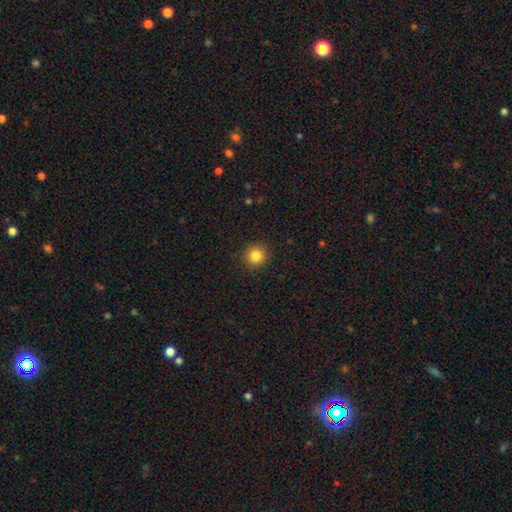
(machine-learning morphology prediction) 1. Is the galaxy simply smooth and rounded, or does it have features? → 84% smooth, 11% star or artifact, 5% featured or disk.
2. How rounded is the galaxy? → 93% round, 7% in between, 1% cigar-shaped.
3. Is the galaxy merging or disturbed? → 91% none, 6% minor disturbance, 2% major disturbance, 1% merger.